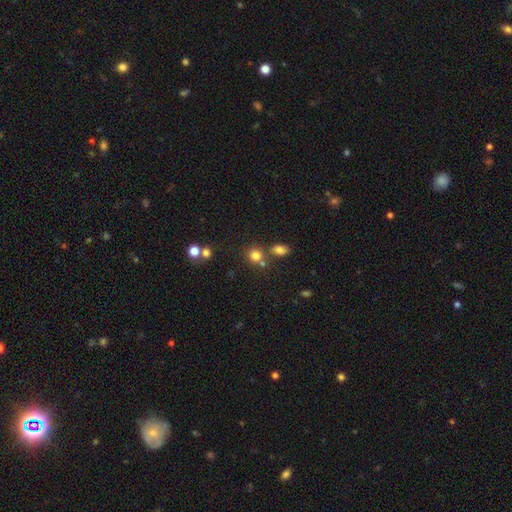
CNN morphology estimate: A smooth galaxy with no disk features (78%) that is round (83%).

Vote fractions:
- Smooth or featured? smooth: 78% / star or artifact: 15% / featured or disk: 8%
- How rounded? round: 83% / in between: 16% / cigar-shaped: 1%
- Merging? none: 63% / merger: 23% / minor disturbance: 9% / major disturbance: 4%